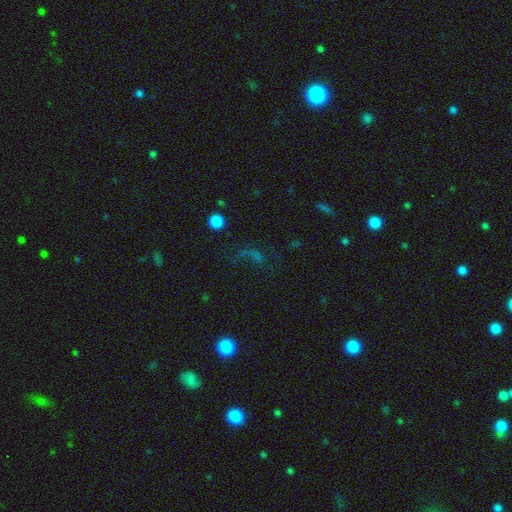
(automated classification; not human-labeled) smooth-or-featured: star or artifact: 50% | smooth: 32% | featured or disk: 18%